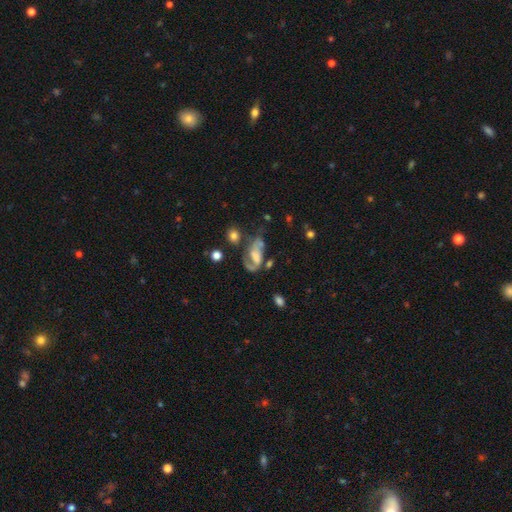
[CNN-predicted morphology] Smooth or featured: featured or disk — 62% (smooth — 27%)
Edge-on disk: no — 95% (yes — 5%)
Bar: no — 56% (weak — 31%)
Spiral arms: yes — 75% (no — 25%)
Bulge size: none — 39% (moderate — 22%)
Merging: major disturbance — 34% (none — 32%)